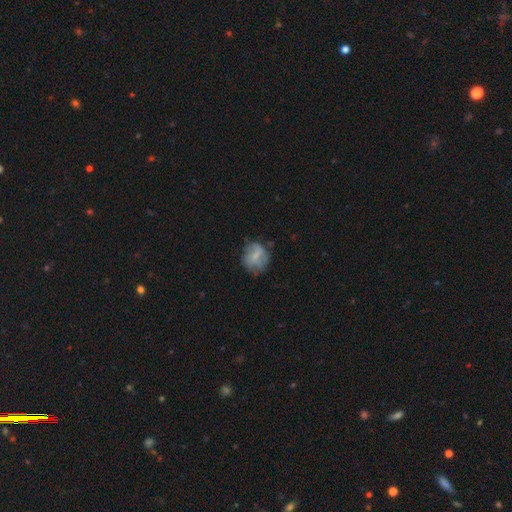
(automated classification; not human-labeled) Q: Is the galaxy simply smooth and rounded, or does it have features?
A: smooth — 48%.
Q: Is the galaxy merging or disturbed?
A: none — 57%.